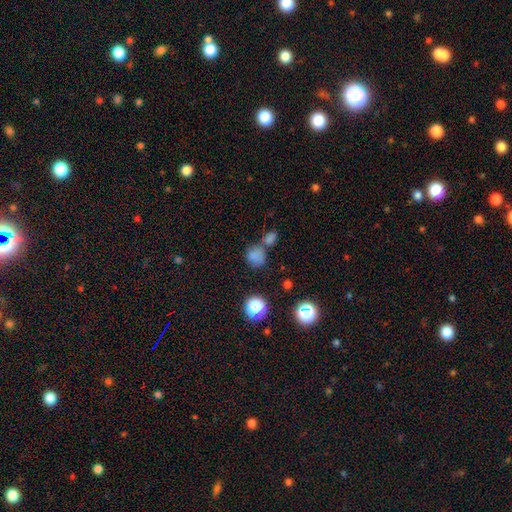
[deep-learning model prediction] Morphology: type=smooth (73%); roundness=round (75%); merging=none (46%).